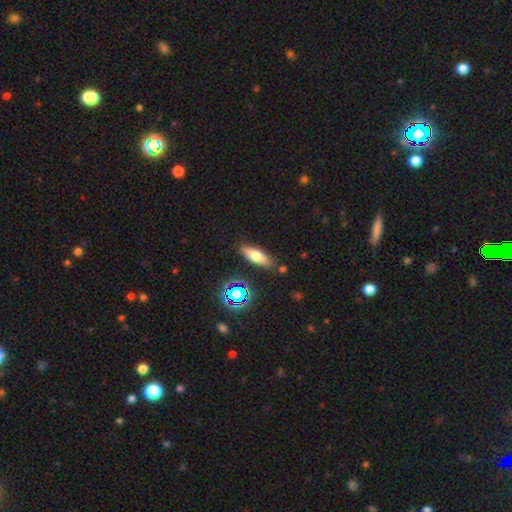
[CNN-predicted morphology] This is likely a smooth galaxy (64%). How rounded: possibly in between (58%). Merging: clearly none (84%).